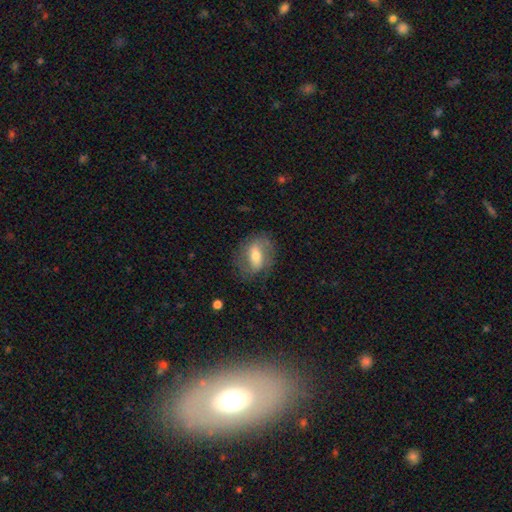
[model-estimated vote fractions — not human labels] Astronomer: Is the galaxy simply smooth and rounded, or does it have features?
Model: featured or disk — 55% (runner-up: smooth, 37%).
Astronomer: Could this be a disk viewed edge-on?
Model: no — 91%.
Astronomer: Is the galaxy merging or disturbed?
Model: none — 72%.